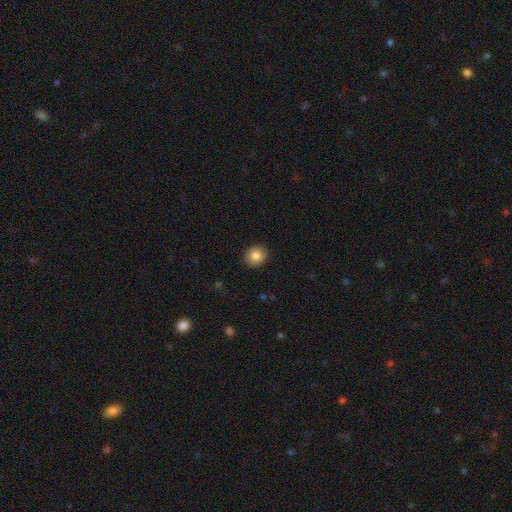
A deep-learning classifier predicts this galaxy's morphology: Smooth or featured?
  - smooth: 83% *
  - star or artifact: 9%
  - featured or disk: 8%
How rounded?
  - round: 74% *
  - in between: 25%
  - cigar-shaped: 1%
Merging?
  - none: 91% *
  - minor disturbance: 7%
  - major disturbance: 2%
  - merger: 1%